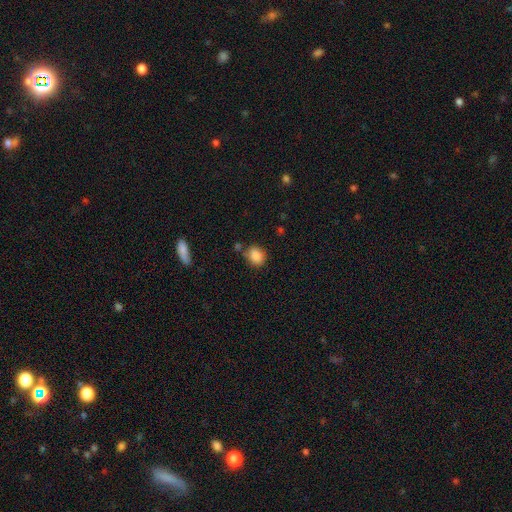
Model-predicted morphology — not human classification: Overall: smooth (87%). How rounded: round (54%; in between 45%). Merging: none (71%).